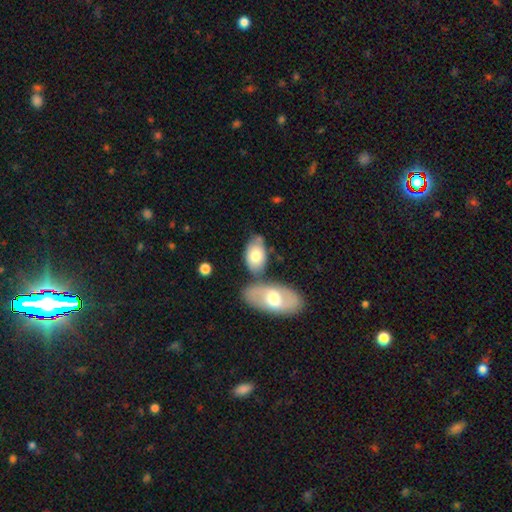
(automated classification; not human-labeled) Smooth or featured? Predicted: smooth (p=0.71). How rounded? Predicted: in between (p=0.91). Merging? Predicted: none (p=0.57).